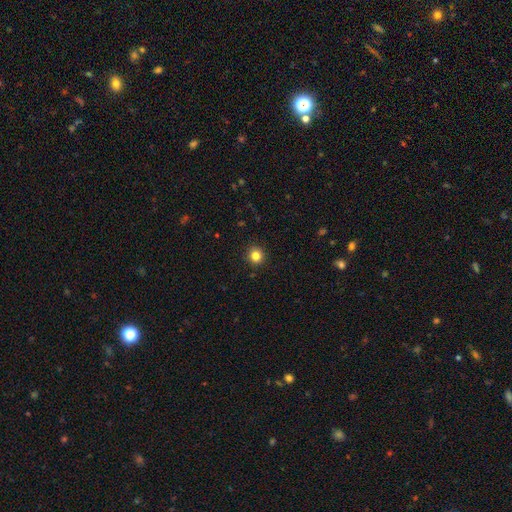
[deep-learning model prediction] This is clearly a smooth galaxy (83%). How rounded: clearly round (93%). Merging: clearly none (93%).